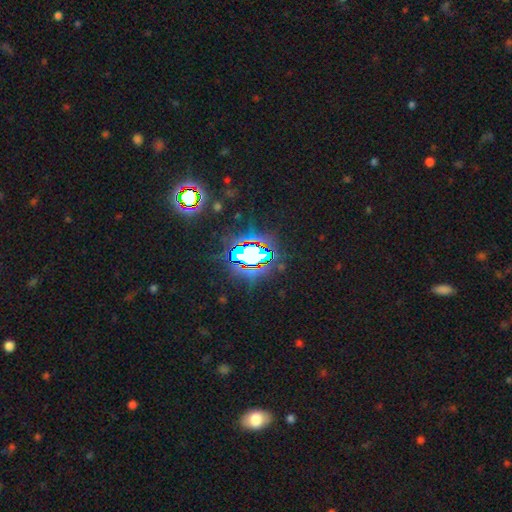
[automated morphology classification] smooth_or_featured: star or artifact (p=0.74) [alt: smooth p=0.15]